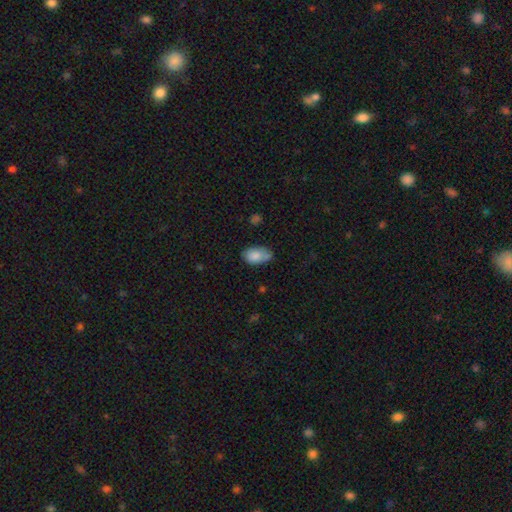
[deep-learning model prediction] smooth 84%, featured or disk 9%, star or artifact 7%. Down the decision tree: how rounded — in between (92%); merging — none (58%).